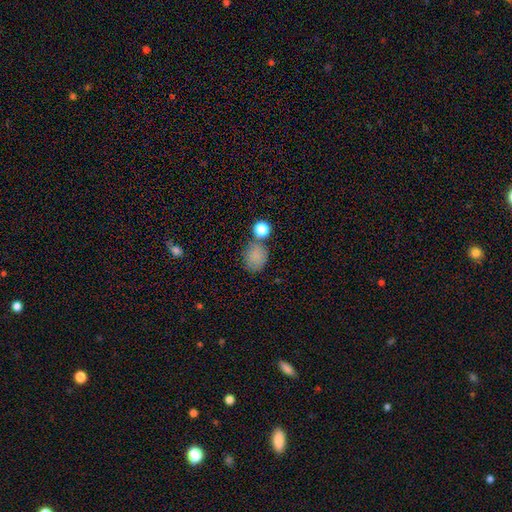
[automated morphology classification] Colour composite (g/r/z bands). It shows a smooth galaxy with no disk features (83%) that is round (66%). Merging: none (64%).